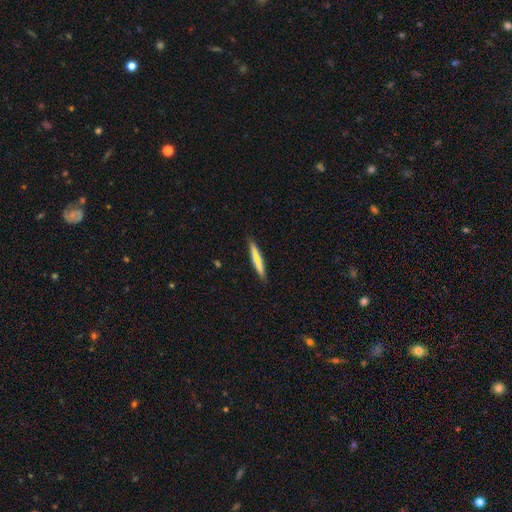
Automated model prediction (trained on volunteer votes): smooth 72%, featured or disk 22%, star or artifact 6%. Down the decision tree: how rounded — cigar-shaped (96%); merging — none (91%).